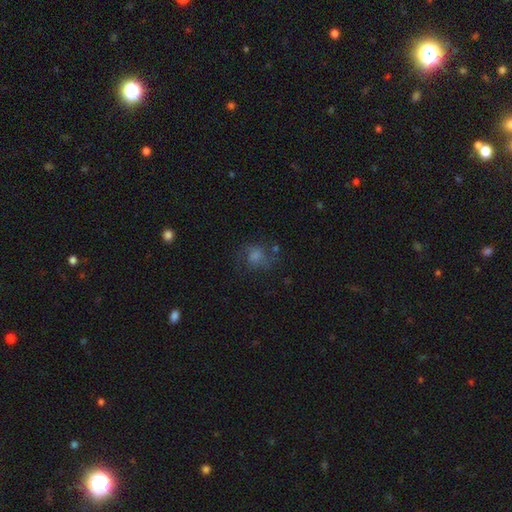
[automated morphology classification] Smooth or featured? Predicted: featured or disk (p=0.43). Merging? Predicted: none (p=0.67).